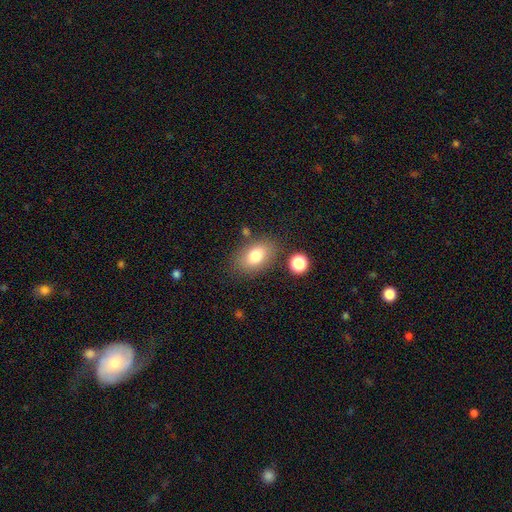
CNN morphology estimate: A smooth galaxy with no disk features (78%) that is in between round and cigar-shaped (86%).

Vote fractions:
- Smooth or featured? smooth: 78% / featured or disk: 13% / star or artifact: 9%
- How rounded? in between: 86% / round: 12% / cigar-shaped: 2%
- Merging? none: 78% / minor disturbance: 13% / merger: 5% / major disturbance: 4%